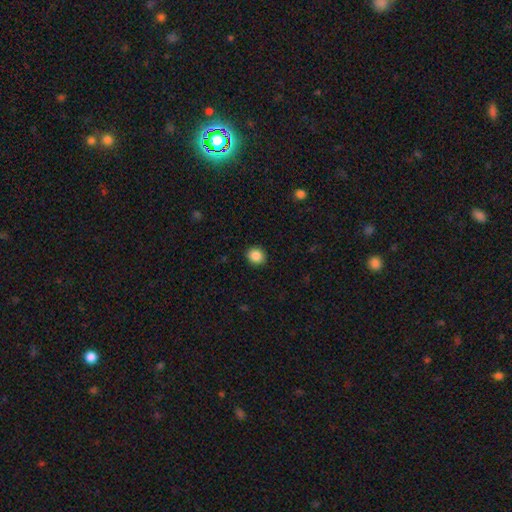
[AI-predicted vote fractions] The model was most divided on "how rounded": round: 80%, in between: 19%, cigar-shaped: 1%. More confident: merging — none (91%); smooth or featured — smooth (87%).